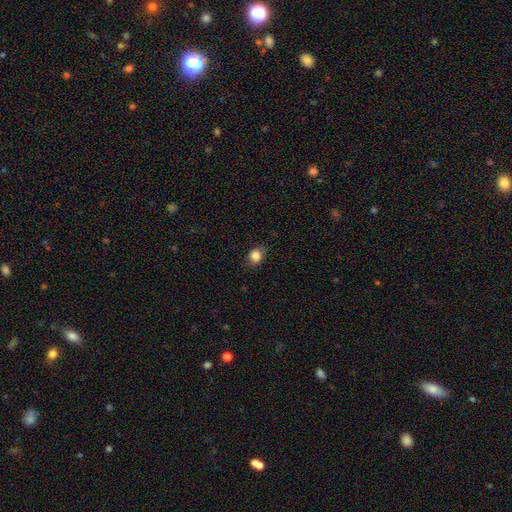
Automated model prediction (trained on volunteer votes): This appears to be a smooth galaxy with no disk features (84%) that is round (58%). Merging: none (82%).